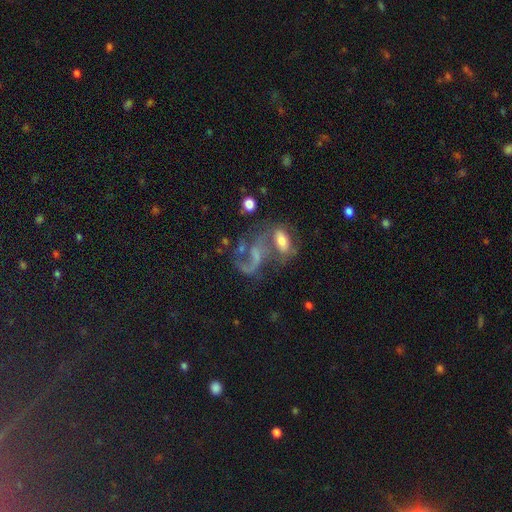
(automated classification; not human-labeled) This is likely a featured or disk galaxy (63%). It is clearly not viewed edge-on (96%). Bar: possibly no (56%). Spiral arm pattern: likely yes (68%). Central bulge: marginally none (40%). Merging: marginally merger (42%).